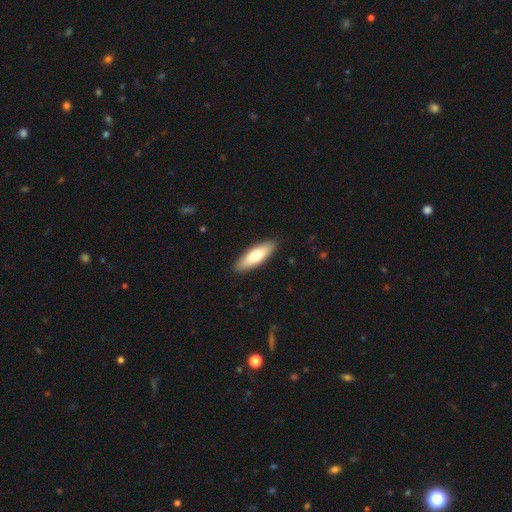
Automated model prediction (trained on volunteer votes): Overall: smooth (68%). How rounded: cigar-shaped (49%, tied with in between). Merging: none (90%).